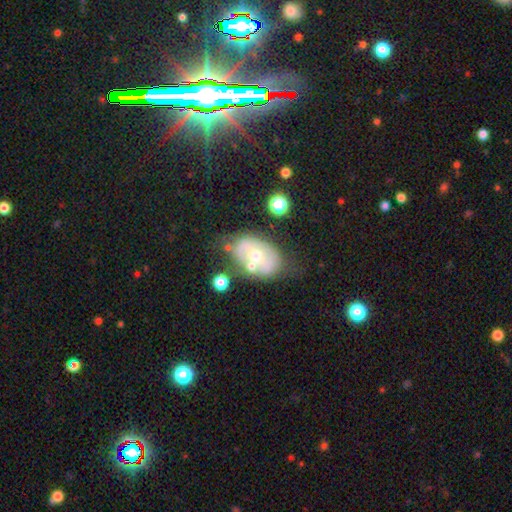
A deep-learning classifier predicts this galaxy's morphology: Smooth or featured? featured or disk (54%)
Edge-on disk? no (94%)
Bar? no (71%)
Spiral arms? no (76%)
Bulge size? moderate (66%)
Merging? none (51%)